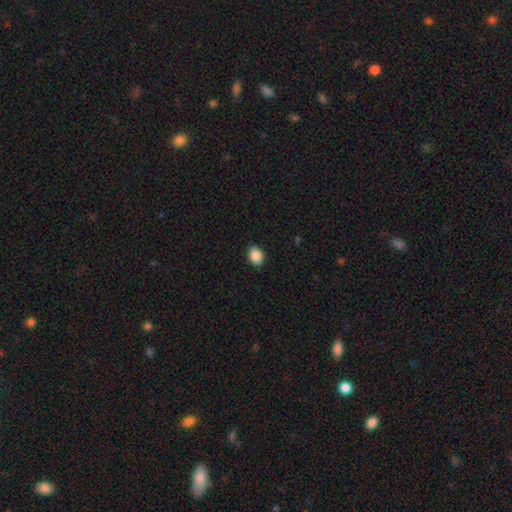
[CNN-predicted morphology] Smooth or featured? Predicted: smooth (p=0.89). How rounded? Predicted: in between (p=0.66). Merging? Predicted: none (p=0.88).